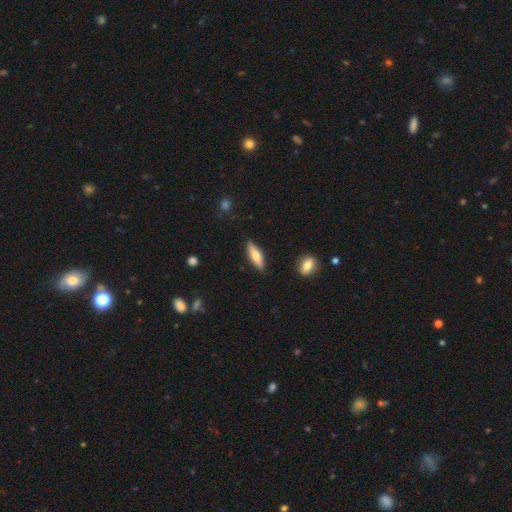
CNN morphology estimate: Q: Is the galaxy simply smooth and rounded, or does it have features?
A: smooth — 66%.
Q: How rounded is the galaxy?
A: cigar-shaped — 58%.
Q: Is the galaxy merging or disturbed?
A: none — 87%.